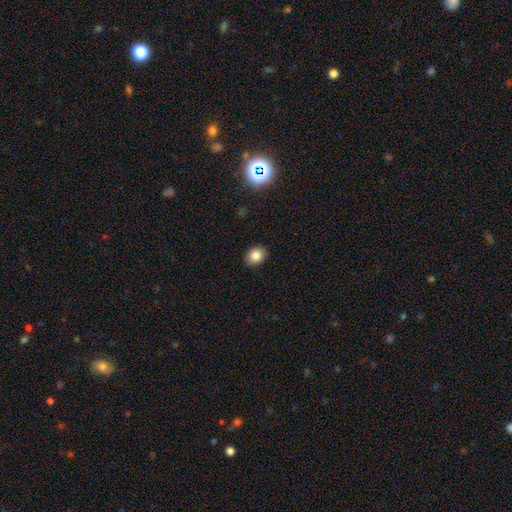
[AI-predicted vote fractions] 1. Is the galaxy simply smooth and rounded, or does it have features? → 83% smooth, 10% star or artifact, 7% featured or disk.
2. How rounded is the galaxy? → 58% in between, 41% round, 1% cigar-shaped.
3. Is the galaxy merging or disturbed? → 88% none, 9% minor disturbance, 2% major disturbance, 1% merger.